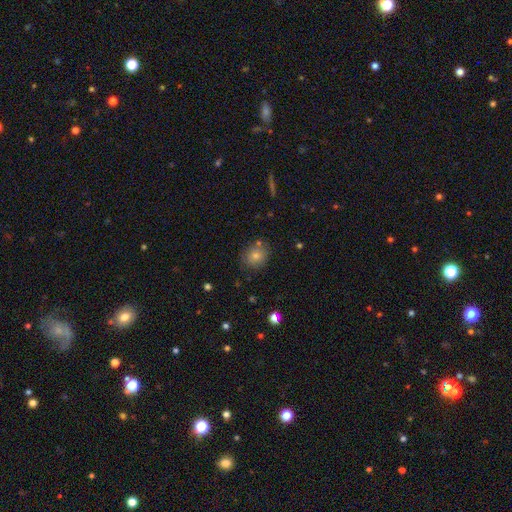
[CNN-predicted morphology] type=smooth (75%); roundness=round (82%); merging=none (83%).